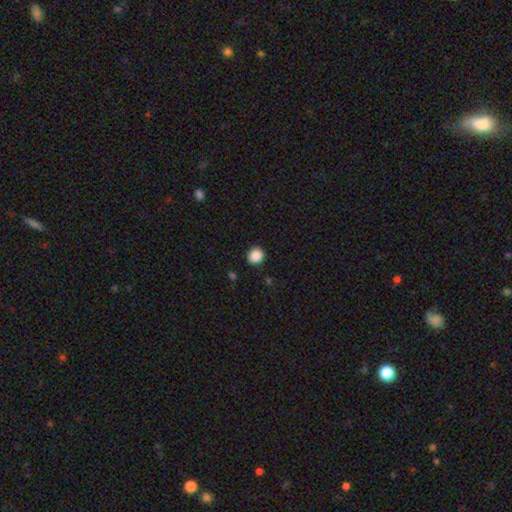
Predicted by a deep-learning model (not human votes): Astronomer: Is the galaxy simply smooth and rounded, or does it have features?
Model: smooth — 87%.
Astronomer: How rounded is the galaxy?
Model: round — 86%.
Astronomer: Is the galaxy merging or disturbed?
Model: none — 90%.